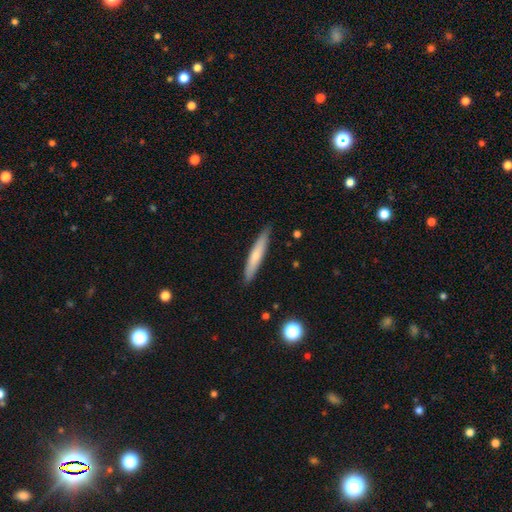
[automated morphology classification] This is likely a smooth galaxy (61%). How rounded: clearly cigar-shaped (93%). Merging: clearly none (88%).